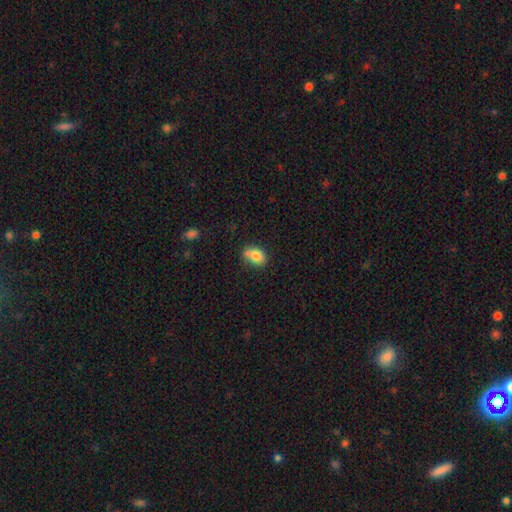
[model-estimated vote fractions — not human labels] This is clearly a smooth galaxy (80%). How rounded: likely in between (69%). Merging: possibly none (57%).